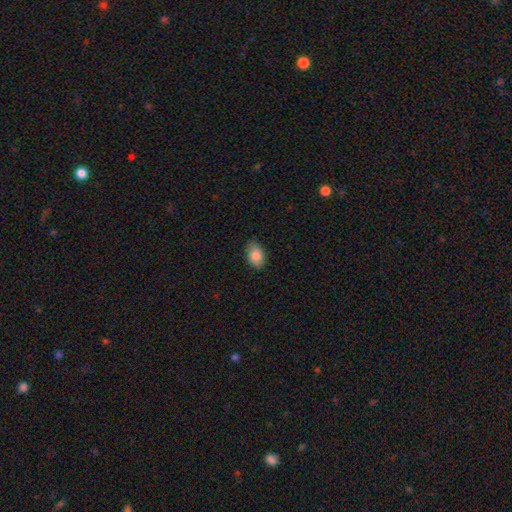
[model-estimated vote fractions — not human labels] Smooth or featured: smooth — 87% (star or artifact — 7%)
How rounded: in between — 88% (round — 11%)
Merging: none — 83% (minor disturbance — 14%)